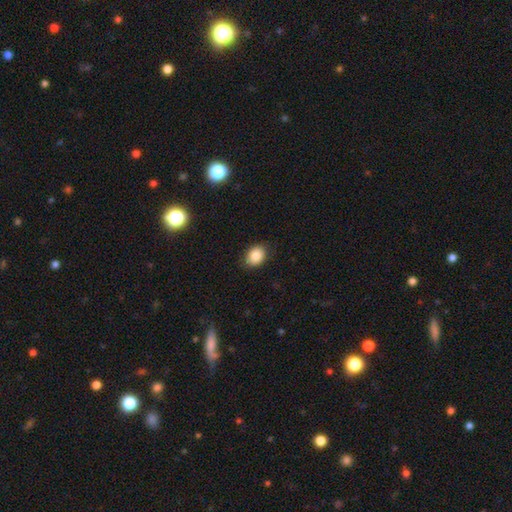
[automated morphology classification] A smooth galaxy with no disk features (86%) that is in between round and cigar-shaped (69%).

Vote fractions:
- Smooth or featured? smooth: 86% / star or artifact: 8% / featured or disk: 6%
- How rounded? in between: 69% / round: 30% / cigar-shaped: 1%
- Merging? none: 84% / minor disturbance: 13% / major disturbance: 3% / merger: 1%